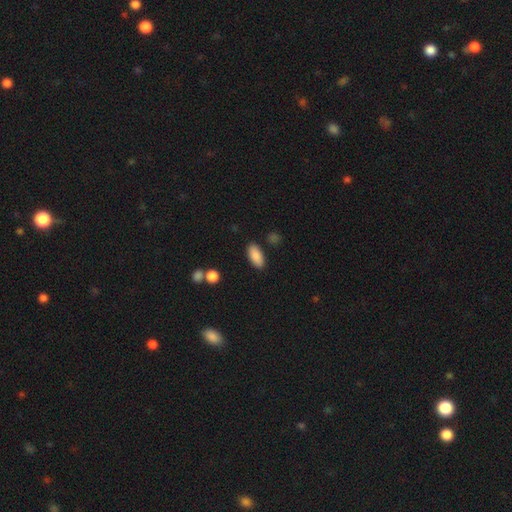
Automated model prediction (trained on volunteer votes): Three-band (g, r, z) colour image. It shows a smooth galaxy with no disk features (88%) that is in between round and cigar-shaped (87%). Merging: none (87%).